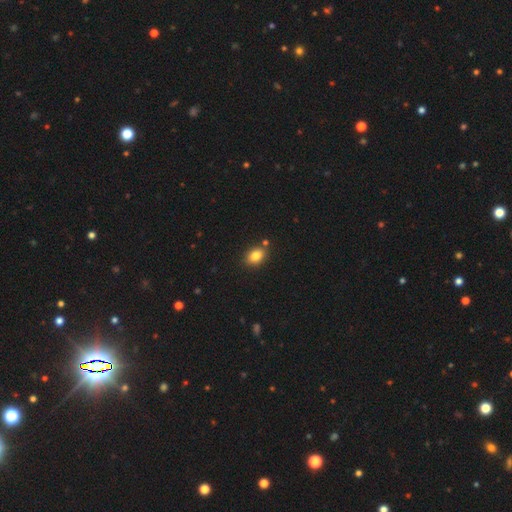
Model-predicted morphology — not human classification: This appears to be a smooth galaxy with no disk features (83%) that is in between round and cigar-shaped (76%). Merging: none (80%).